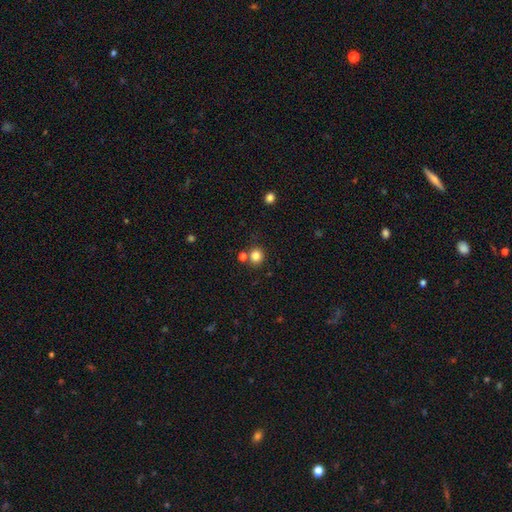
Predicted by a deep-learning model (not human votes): A smooth galaxy with no disk features (83%) that is round (89%). Merging: none (76%).